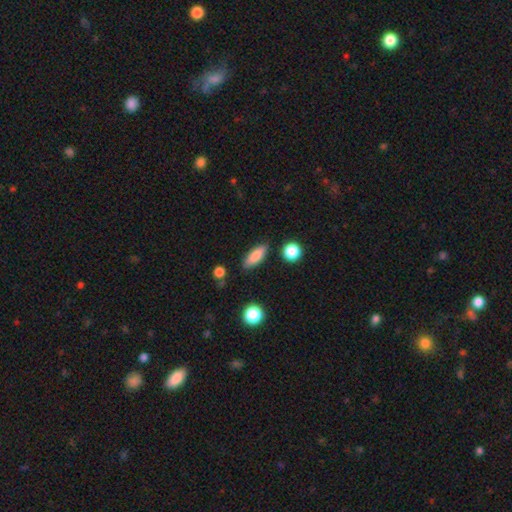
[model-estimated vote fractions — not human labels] smooth_or_featured: smooth (p=0.79) [alt: featured or disk p=0.13]
how_rounded: in between (p=0.65) [alt: cigar-shaped p=0.31]
merging: none (p=0.84) [alt: minor disturbance p=0.11]